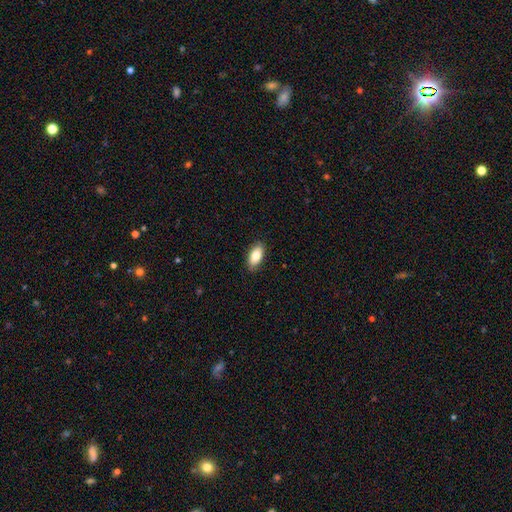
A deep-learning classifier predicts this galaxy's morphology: Q: Smooth or featured?
A: smooth (82%); runner-up: featured or disk (12%)
Q: How rounded?
A: in between (92%); runner-up: cigar-shaped (5%)
Q: Merging?
A: none (87%); runner-up: minor disturbance (10%)